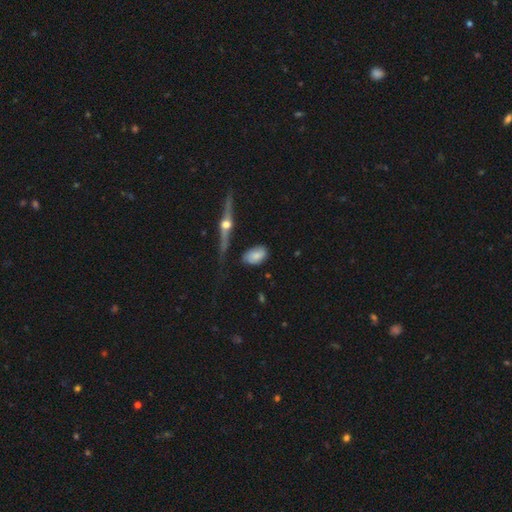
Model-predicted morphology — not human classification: Smooth or featured: smooth — 70% (featured or disk — 22%)
How rounded: in between — 89% (round — 8%)
Merging: none — 67% (minor disturbance — 23%)